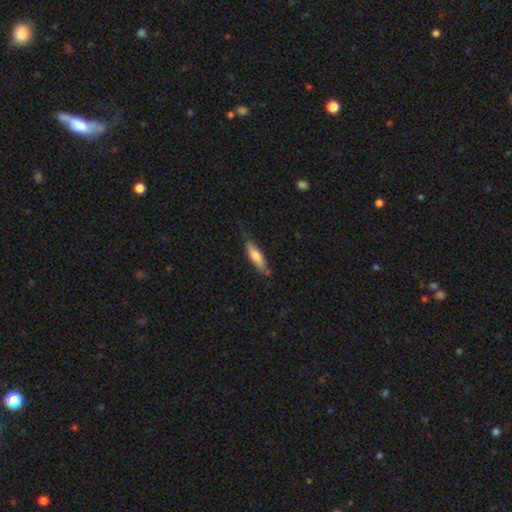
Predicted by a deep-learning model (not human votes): smooth_or_featured: smooth (p=0.71) [alt: featured or disk p=0.23]
how_rounded: cigar-shaped (p=0.65) [alt: in between p=0.33]
merging: none (p=0.63) [alt: minor disturbance p=0.28]